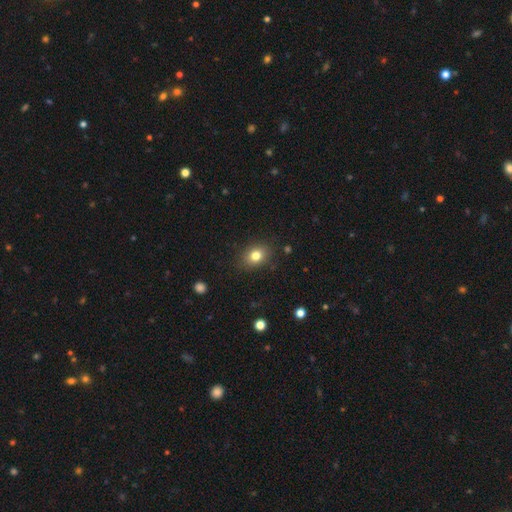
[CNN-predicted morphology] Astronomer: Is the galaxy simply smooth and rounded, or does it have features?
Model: smooth — 80%.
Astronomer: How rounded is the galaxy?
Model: in between — 58% (runner-up: round, 41%).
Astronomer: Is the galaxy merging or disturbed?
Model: none — 86%.